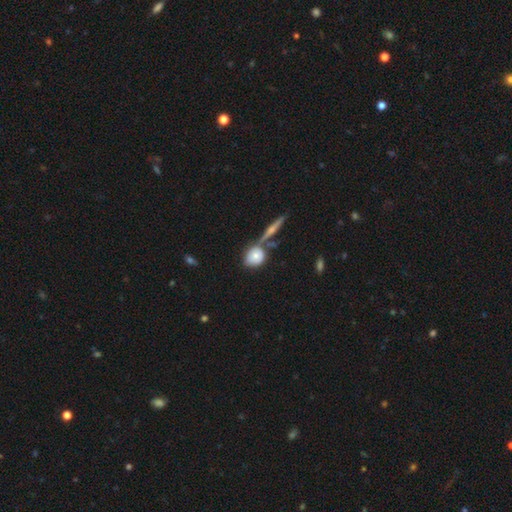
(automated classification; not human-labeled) Smooth or featured?
  - smooth: 70% *
  - featured or disk: 22%
  - star or artifact: 8%
How rounded?
  - round: 69% *
  - in between: 27%
  - cigar-shaped: 4%
Merging?
  - none: 58% *
  - merger: 22%
  - minor disturbance: 15%
  - major disturbance: 5%